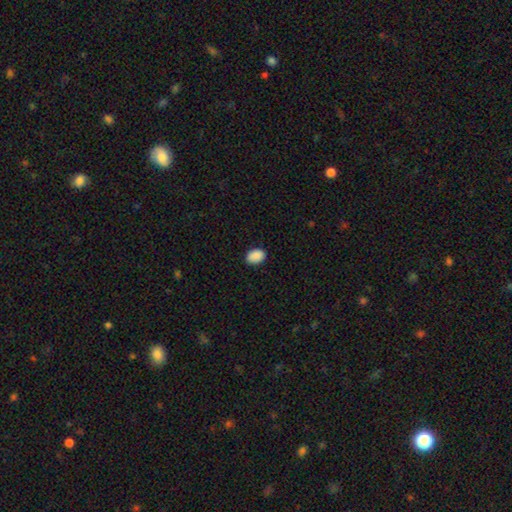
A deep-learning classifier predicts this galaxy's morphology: Smooth or featured? Predicted: smooth (p=0.90). How rounded? Predicted: in between (p=0.83). Merging? Predicted: none (p=0.87).